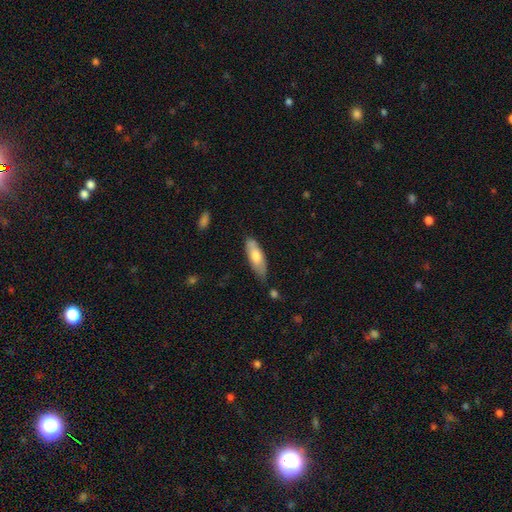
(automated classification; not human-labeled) A smooth galaxy with no disk features (68%) that is in between round and cigar-shaped (57%). Merging: none (70%).